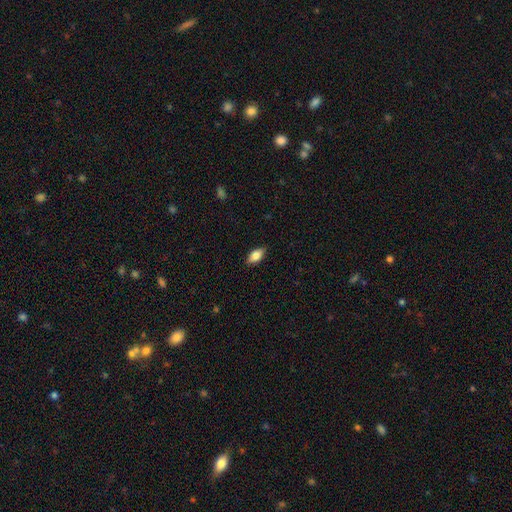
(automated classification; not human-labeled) smooth 78%, featured or disk 15%, star or artifact 7%. Down the decision tree: how rounded — in between (87%); merging — none (86%).